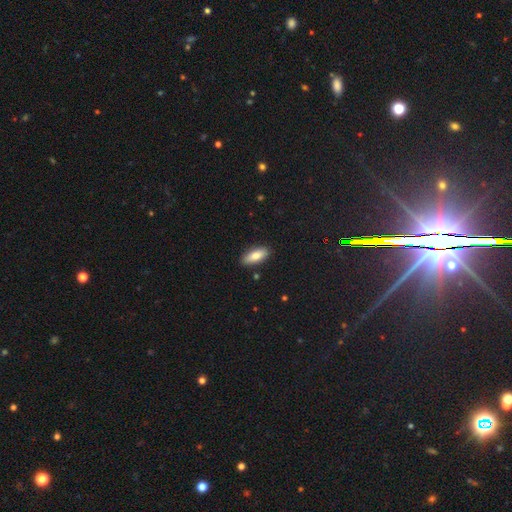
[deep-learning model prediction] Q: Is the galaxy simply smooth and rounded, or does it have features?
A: smooth — 79%.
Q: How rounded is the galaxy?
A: in between — 77%.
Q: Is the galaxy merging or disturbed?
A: none — 87%.